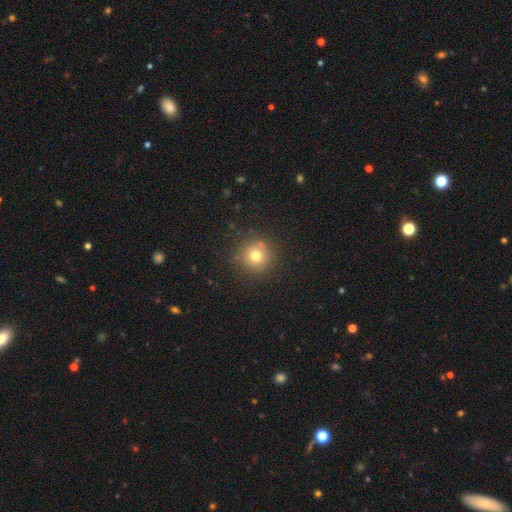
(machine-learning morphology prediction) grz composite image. It shows a smooth galaxy with no disk features (73%) that is round (94%). Merging: none (85%).